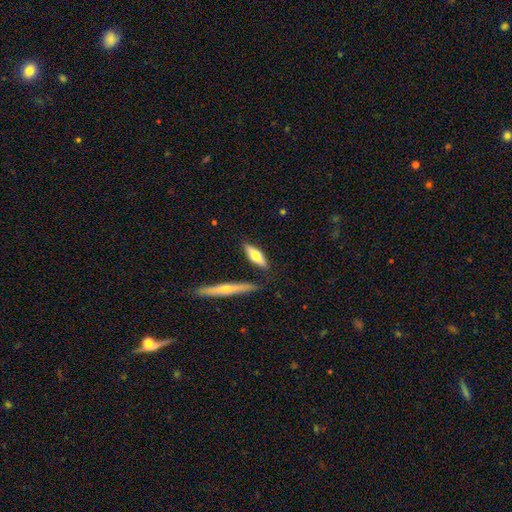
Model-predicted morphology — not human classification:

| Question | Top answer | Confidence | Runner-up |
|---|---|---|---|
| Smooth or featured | smooth | 63% | featured or disk (31%) |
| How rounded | in between | 50% | cigar-shaped (47%) |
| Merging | none | 81% | minor disturbance (11%) |